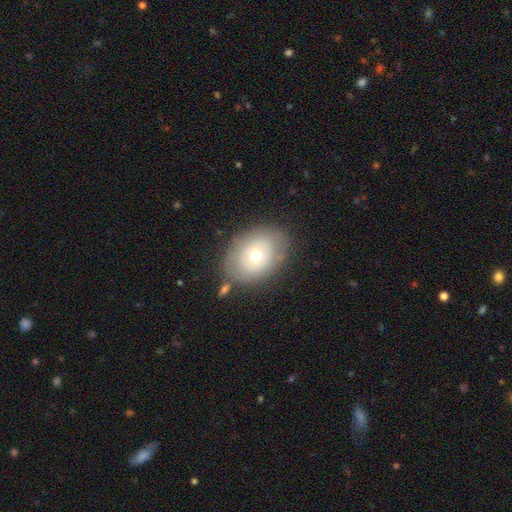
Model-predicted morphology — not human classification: This is possibly a smooth galaxy (52%). How rounded: likely in between (65%). Merging: likely none (75%).